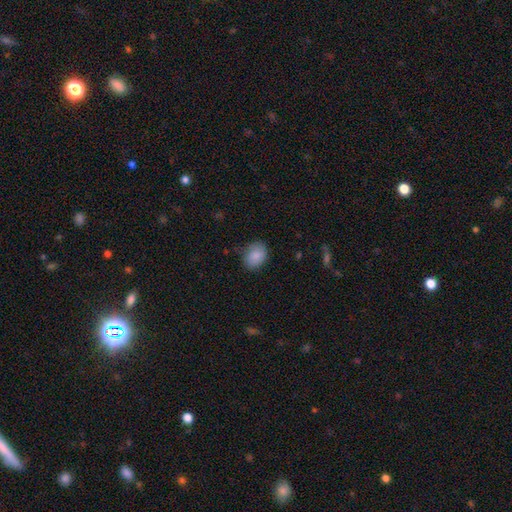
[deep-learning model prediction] smooth_or_featured: smooth (p=0.87) [alt: star or artifact p=0.07]
how_rounded: in between (p=0.66) [alt: round p=0.33]
merging: none (p=0.73) [alt: minor disturbance p=0.21]